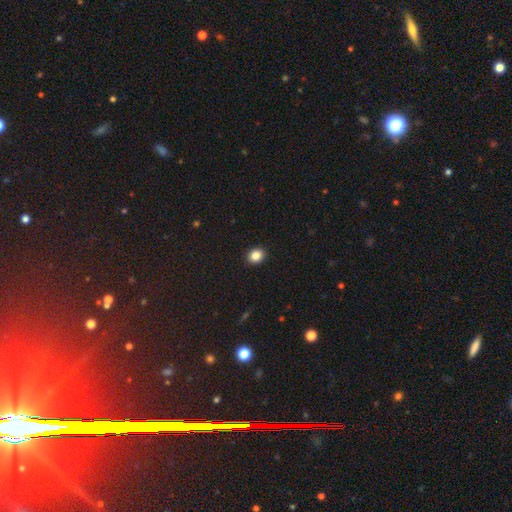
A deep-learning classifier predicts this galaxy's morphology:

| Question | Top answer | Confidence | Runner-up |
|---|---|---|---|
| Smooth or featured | smooth | 86% | star or artifact (10%) |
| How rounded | round | 57% | in between (43%) |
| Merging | none | 92% | minor disturbance (6%) |